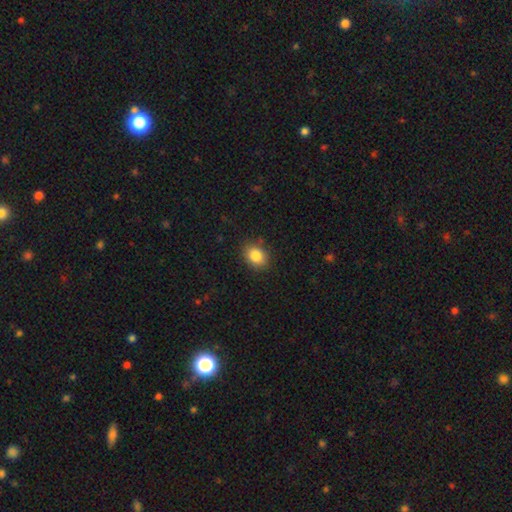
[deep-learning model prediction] The model was most divided on "how rounded": in between: 58%, round: 41%, cigar-shaped: 1%. More confident: merging — none (85%); smooth or featured — smooth (85%).